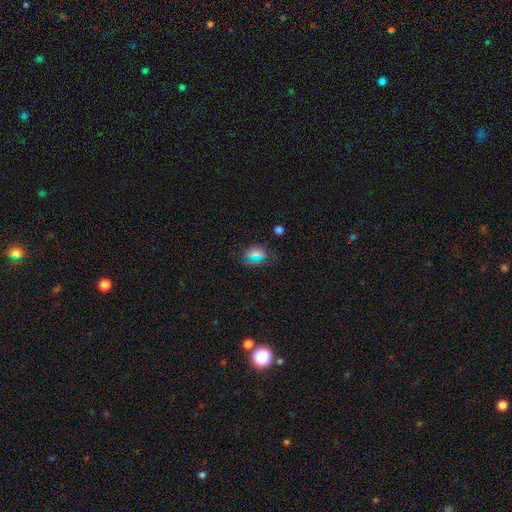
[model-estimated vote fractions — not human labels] A smooth galaxy with no disk features (61%) that is in between round and cigar-shaped (67%).

Vote fractions:
- Smooth or featured? smooth: 61% / star or artifact: 28% / featured or disk: 10%
- How rounded? in between: 67% / round: 26% / cigar-shaped: 7%
- Merging? none: 74% / minor disturbance: 17% / major disturbance: 6% / merger: 3%